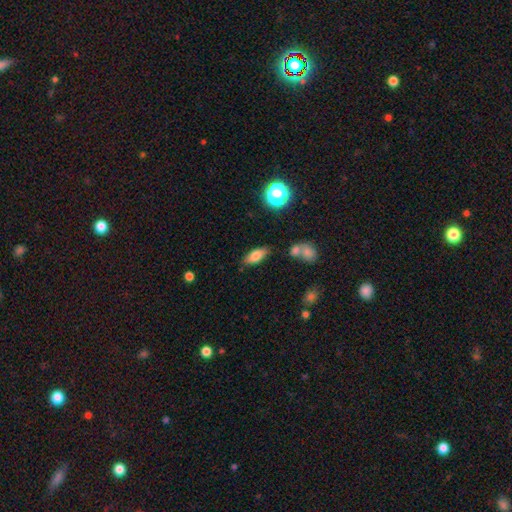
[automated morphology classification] Smooth or featured? smooth (76%)
How rounded? in between (78%)
Merging? none (80%)